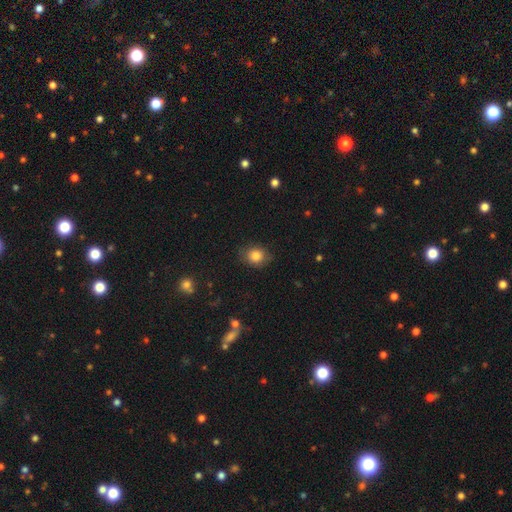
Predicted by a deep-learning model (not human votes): Smooth or featured?
  - smooth: 83% *
  - star or artifact: 9%
  - featured or disk: 7%
How rounded?
  - round: 56% *
  - in between: 43%
  - cigar-shaped: 1%
Merging?
  - none: 78% *
  - minor disturbance: 17%
  - major disturbance: 4%
  - merger: 1%